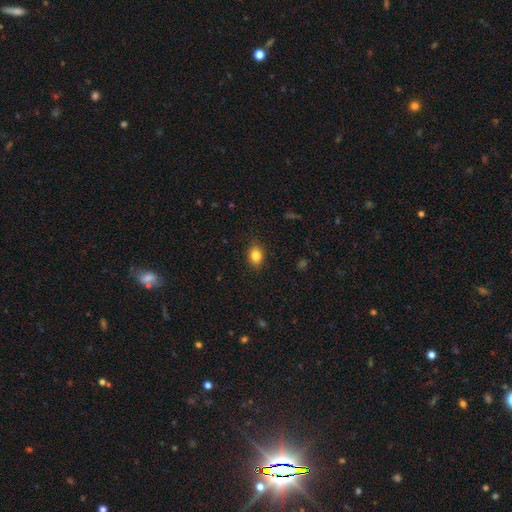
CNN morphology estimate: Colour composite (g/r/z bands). It shows a smooth galaxy with no disk features (84%) that is in between round and cigar-shaped (68%). Merging: none (86%).